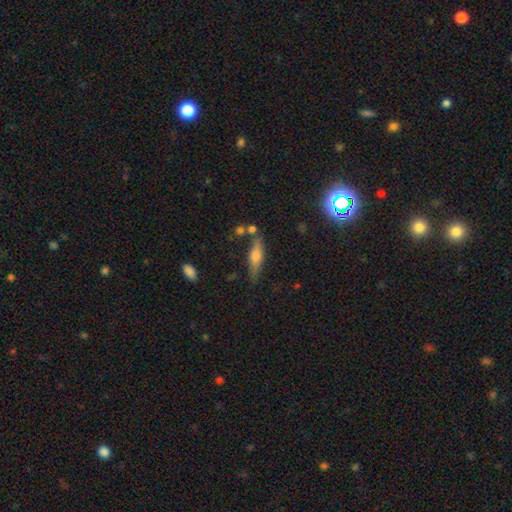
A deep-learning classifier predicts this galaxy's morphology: Smooth or featured?
  - smooth: 49% *
  - featured or disk: 41%
  - star or artifact: 10%
Merging?
  - none: 70% *
  - minor disturbance: 17%
  - merger: 8%
  - major disturbance: 5%